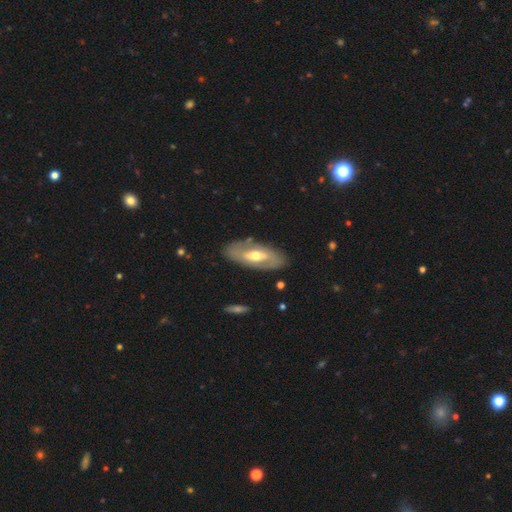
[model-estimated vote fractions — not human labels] Smooth or featured? featured or disk (66%)
Edge-on disk? no (86%)
Bar? no (39%)
Spiral arms? no (51%)
Bulge size? moderate (70%)
Merging? none (82%)